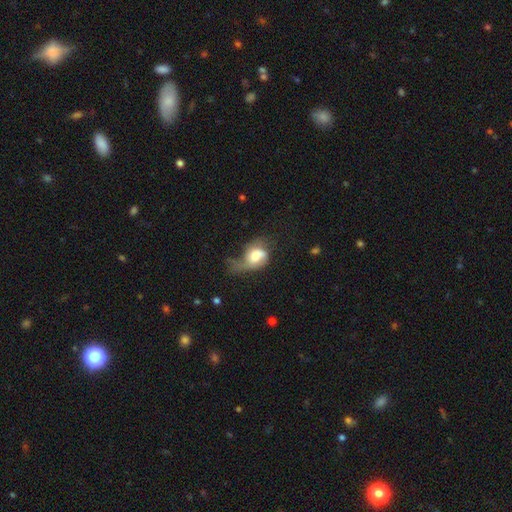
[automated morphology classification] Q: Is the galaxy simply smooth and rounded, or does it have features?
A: smooth — 54%.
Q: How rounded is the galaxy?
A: in between — 68%.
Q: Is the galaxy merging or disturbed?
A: major disturbance — 51%.